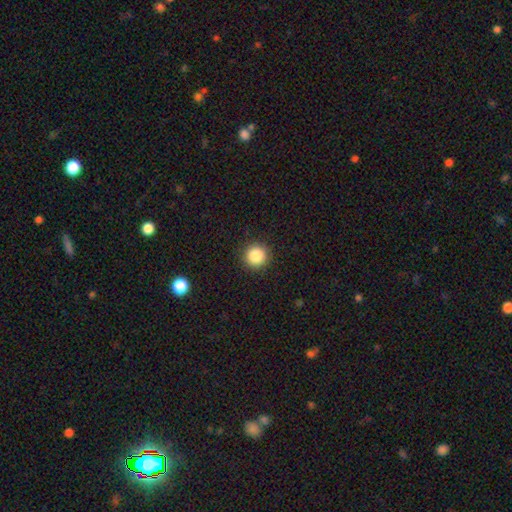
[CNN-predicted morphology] A smooth galaxy with no disk features (86%) that is round (95%).

Vote fractions:
- Smooth or featured? smooth: 86% / star or artifact: 10% / featured or disk: 4%
- How rounded? round: 95% / in between: 4% / cigar-shaped: 1%
- Merging? none: 92% / minor disturbance: 5% / major disturbance: 2% / merger: 1%